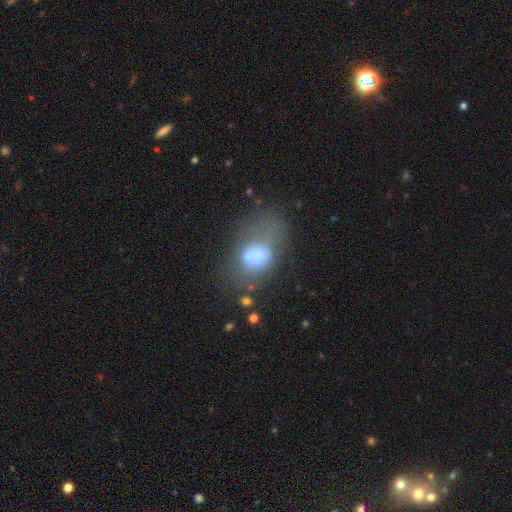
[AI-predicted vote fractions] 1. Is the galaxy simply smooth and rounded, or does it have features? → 61% smooth, 26% featured or disk, 13% star or artifact.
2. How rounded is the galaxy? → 73% in between, 25% round, 1% cigar-shaped.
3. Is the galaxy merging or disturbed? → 30% none (tied), 30% major disturbance (tied), 20% minor disturbance, 20% merger.